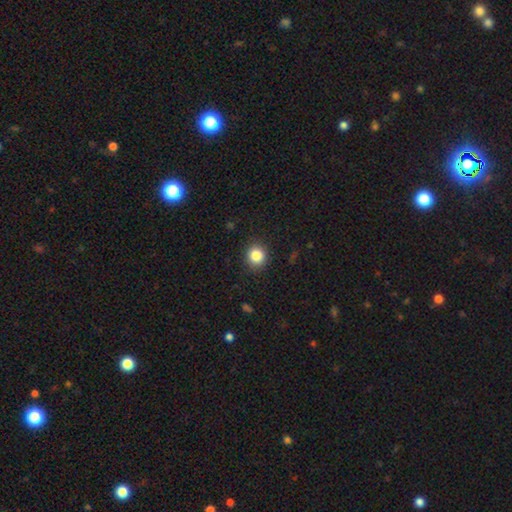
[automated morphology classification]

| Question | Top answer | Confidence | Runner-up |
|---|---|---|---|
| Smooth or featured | smooth | 84% | star or artifact (11%) |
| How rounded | round | 86% | in between (13%) |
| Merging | none | 90% | minor disturbance (7%) |